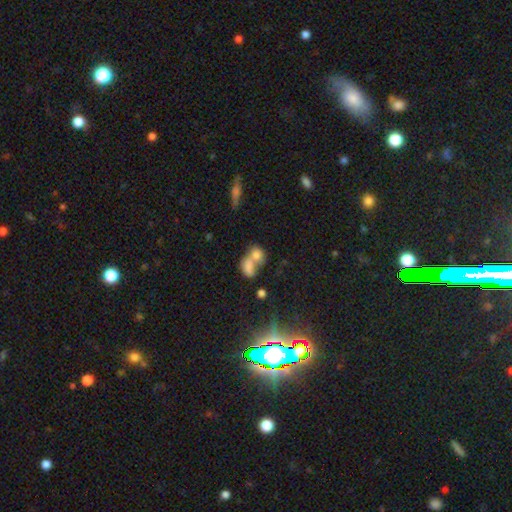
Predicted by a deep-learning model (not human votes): Smooth or featured? smooth (74%)
How rounded? in between (61%)
Merging? merger (69%)